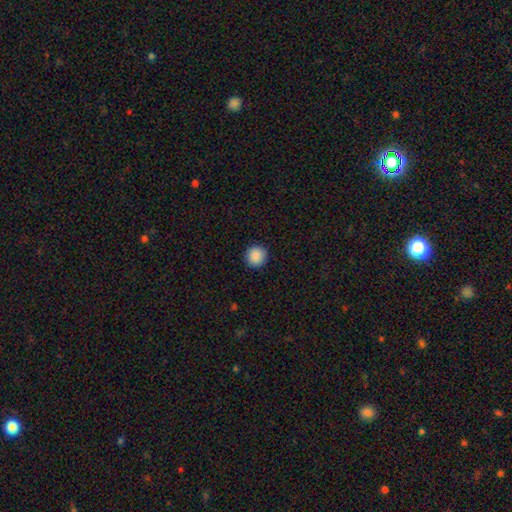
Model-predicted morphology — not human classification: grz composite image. It shows a smooth galaxy with no disk features (90%) that is round (95%). Merging: none (93%).